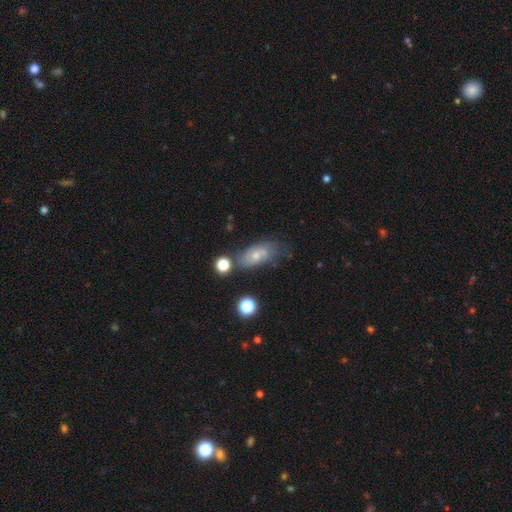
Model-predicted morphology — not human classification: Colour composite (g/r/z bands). It shows a smooth galaxy with no disk features (47%). Merging: none (52%).